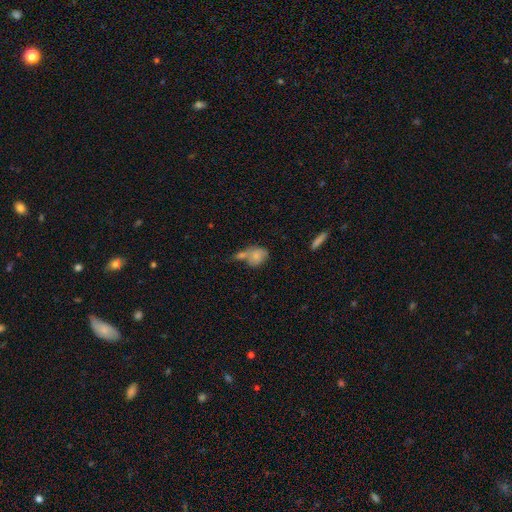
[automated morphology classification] A smooth galaxy with no disk features (72%) that is in between round and cigar-shaped (62%).

Vote fractions:
- Smooth or featured? smooth: 72% / featured or disk: 19% / star or artifact: 9%
- How rounded? in between: 62% / round: 36% / cigar-shaped: 2%
- Merging? merger: 47% / none: 28% / minor disturbance: 15% / major disturbance: 9%